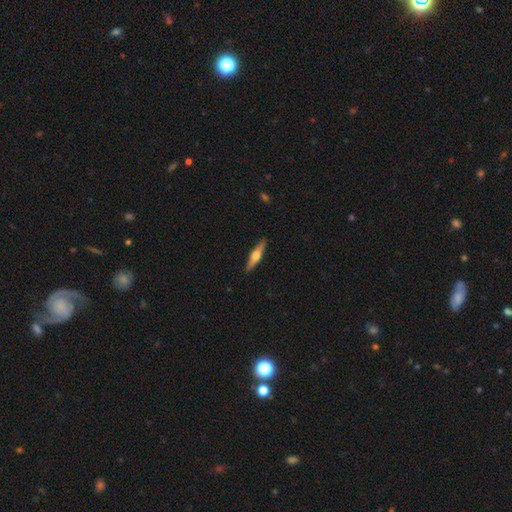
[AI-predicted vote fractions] smooth_or_featured: featured or disk (p=0.57) [alt: smooth p=0.37]
disk_edge_on: yes (p=0.96) [alt: no p=0.04]
edge_on_bulge: rounded (p=0.92) [alt: boxy p=0.05]
merging: none (p=0.90) [alt: minor disturbance p=0.07]